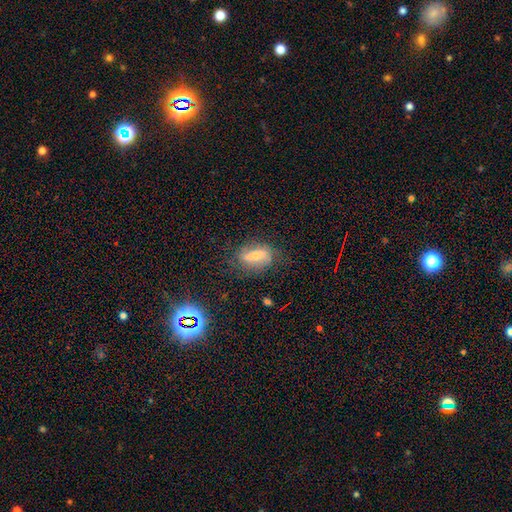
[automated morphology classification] Overall: featured or disk (49%; smooth 34%). Merging: none (72%).